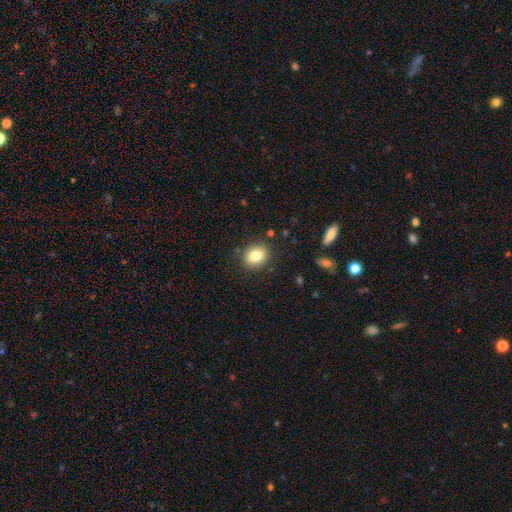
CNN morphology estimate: Smooth or featured? Predicted: smooth (p=0.82). How rounded? Predicted: round (p=0.53). Merging? Predicted: none (p=0.87).